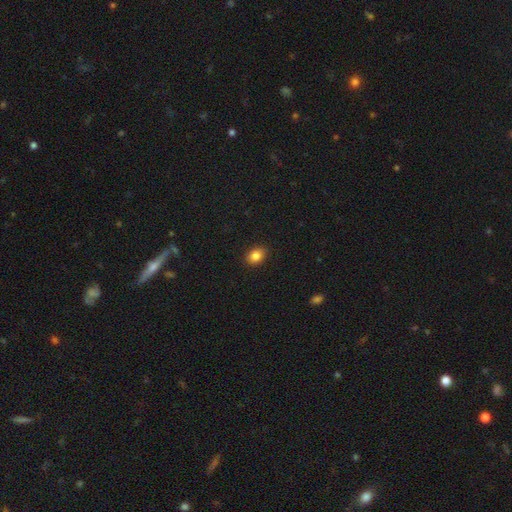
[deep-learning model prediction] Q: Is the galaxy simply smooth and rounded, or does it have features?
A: smooth — 84%.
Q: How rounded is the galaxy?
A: in between — 60%.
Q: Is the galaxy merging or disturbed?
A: none — 89%.